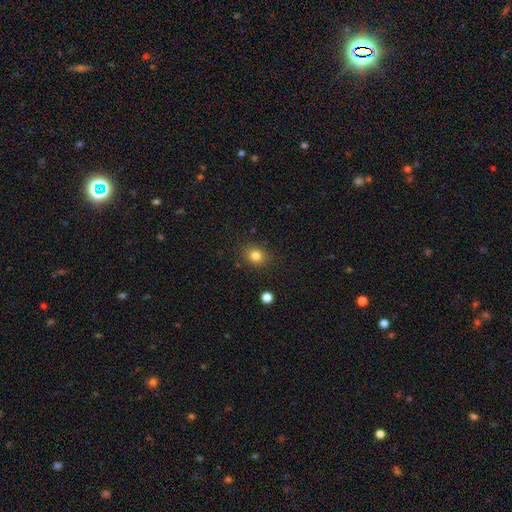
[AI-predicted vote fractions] The model was most divided on "how rounded": round: 65%, in between: 34%, cigar-shaped: 1%. More confident: merging — none (86%); smooth or featured — smooth (82%).